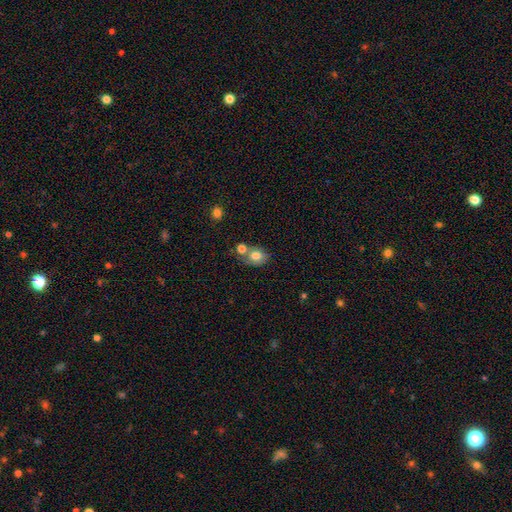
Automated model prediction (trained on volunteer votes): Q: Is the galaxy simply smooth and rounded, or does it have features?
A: smooth — 71%.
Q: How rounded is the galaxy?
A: in between — 62%.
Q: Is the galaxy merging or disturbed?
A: merger — 38%, tied with none.